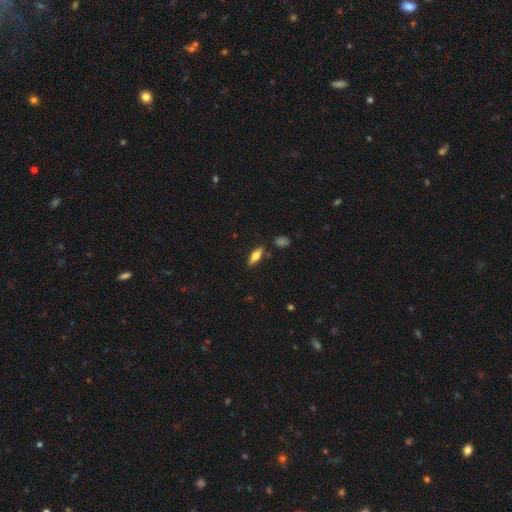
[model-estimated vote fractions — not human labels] smooth-or-featured: smooth: 65% | featured or disk: 28% | star or artifact: 7%
  how-rounded: in between: 67% | cigar-shaped: 31% | round: 3%
  merging: none: 83% | minor disturbance: 11% | merger: 3% | major disturbance: 3%